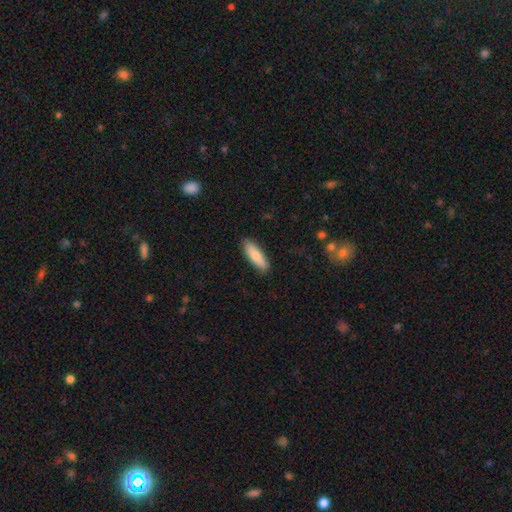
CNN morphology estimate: Overall: smooth (80%). How rounded: cigar-shaped (56%; in between 43%). Merging: none (87%).